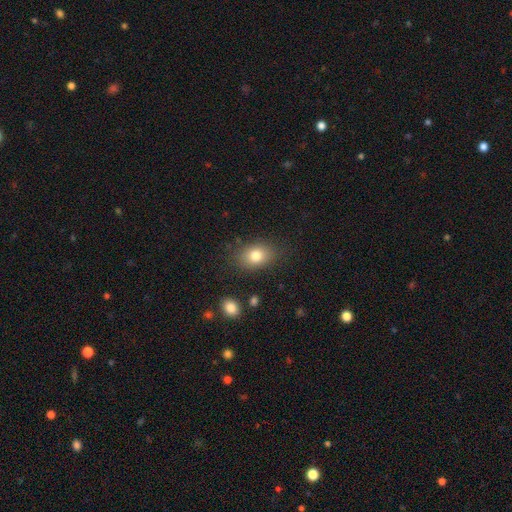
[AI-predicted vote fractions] Smooth or featured? smooth (79%)
How rounded? in between (74%)
Merging? none (82%)